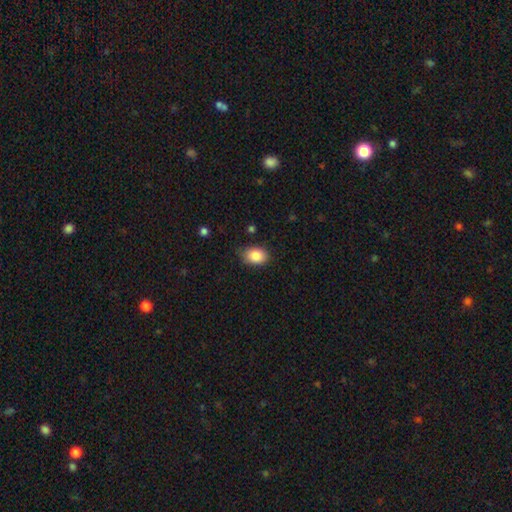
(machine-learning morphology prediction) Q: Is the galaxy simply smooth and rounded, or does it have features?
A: smooth — 87%.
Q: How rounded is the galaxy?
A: in between — 78%.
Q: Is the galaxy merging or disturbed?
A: none — 78%.